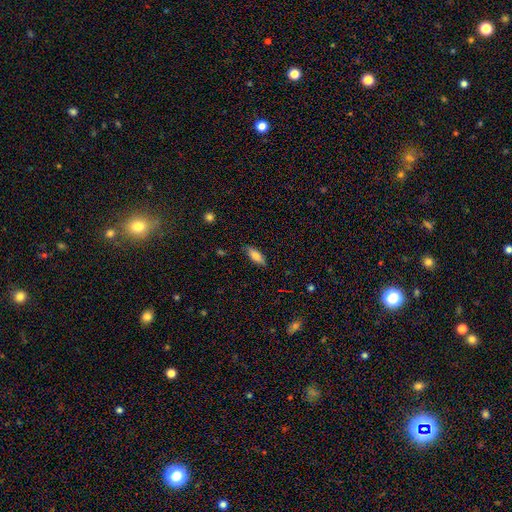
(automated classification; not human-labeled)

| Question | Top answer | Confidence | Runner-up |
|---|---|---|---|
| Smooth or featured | smooth | 82% | featured or disk (11%) |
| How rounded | in between | 70% | cigar-shaped (28%) |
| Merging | none | 83% | minor disturbance (13%) |